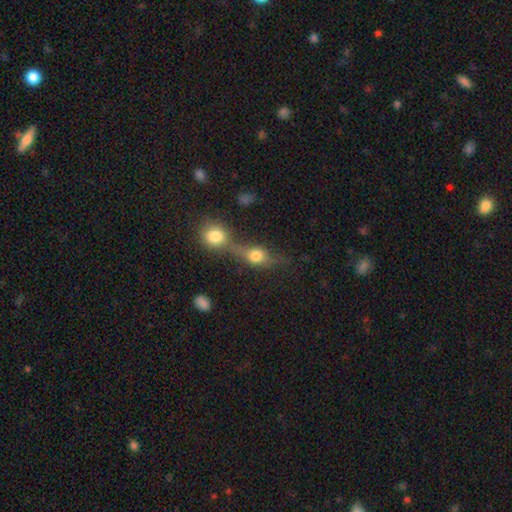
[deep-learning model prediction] Smooth or featured: smooth — 55% (featured or disk — 31%)
How rounded: round — 52% (in between — 37%)
Merging: merger — 51% (none — 33%)